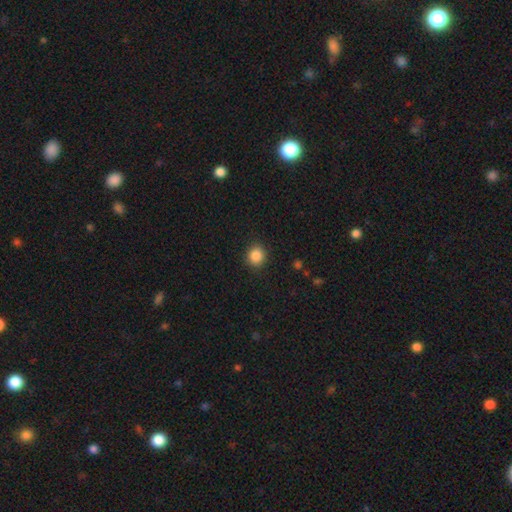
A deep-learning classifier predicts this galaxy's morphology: Smooth or featured?
  - smooth: 86% *
  - star or artifact: 10%
  - featured or disk: 4%
How rounded?
  - round: 88% *
  - in between: 11%
  - cigar-shaped: 1%
Merging?
  - none: 90% *
  - minor disturbance: 7%
  - major disturbance: 2%
  - merger: 1%